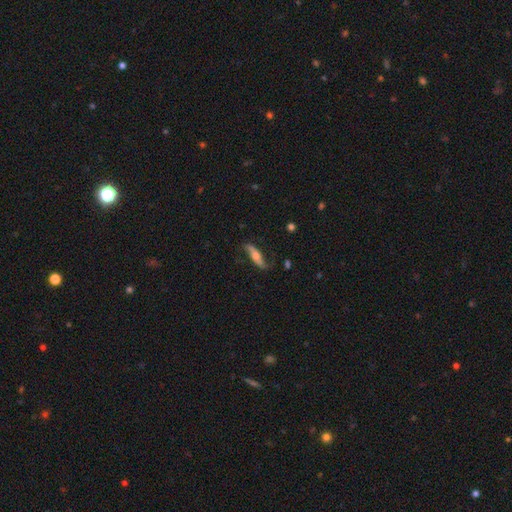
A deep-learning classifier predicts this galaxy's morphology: This appears to be a featured or disk galaxy (71%) with no bar (52%), spiral arms (91%) and a moderate central bulge (55%). Merging: none (69%).